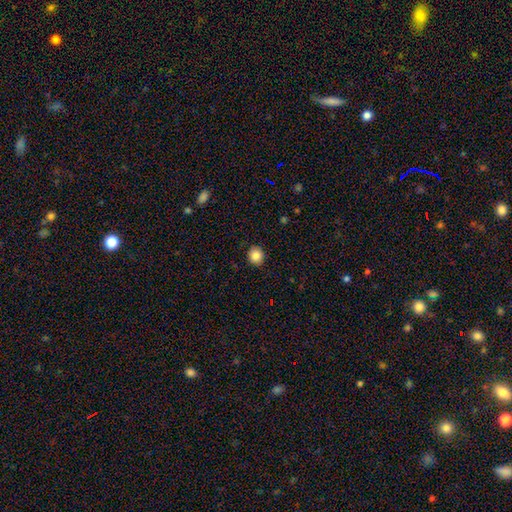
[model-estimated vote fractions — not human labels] The model was most divided on "how rounded": round: 82%, in between: 17%, cigar-shaped: 1%. More confident: merging — none (91%); smooth or featured — smooth (85%).